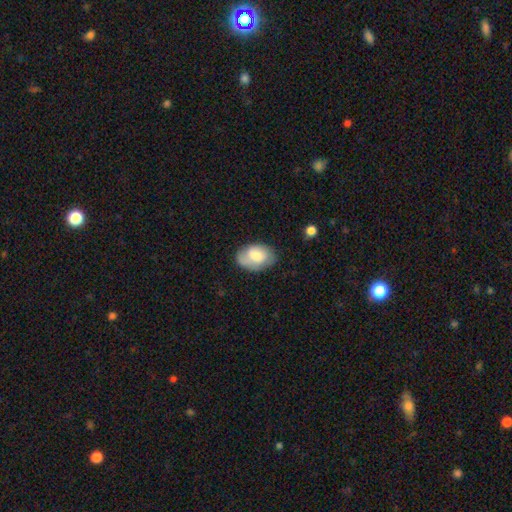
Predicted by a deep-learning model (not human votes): Smooth or featured? smooth (70%)
How rounded? in between (88%)
Merging? none (70%)